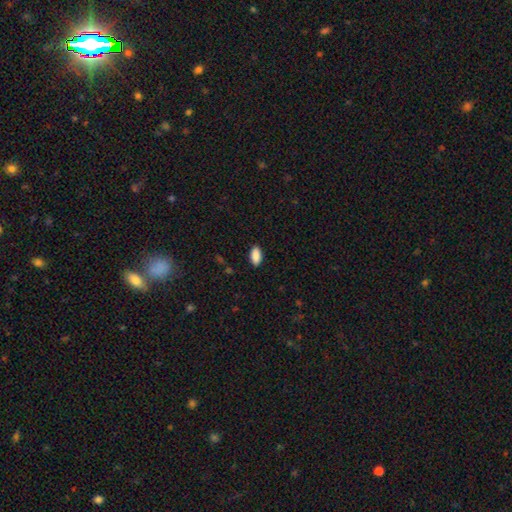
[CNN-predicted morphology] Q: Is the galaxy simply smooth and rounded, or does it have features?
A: smooth — 90%.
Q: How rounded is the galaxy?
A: in between — 92%.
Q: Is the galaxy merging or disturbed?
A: none — 88%.